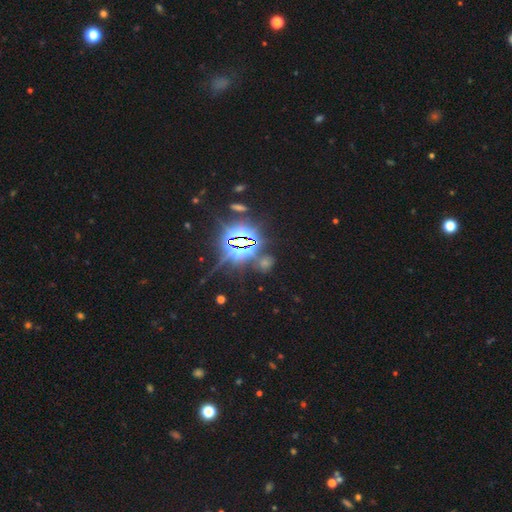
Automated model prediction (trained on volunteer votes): Smooth or featured?
  - star or artifact: 85% *
  - smooth: 8%
  - featured or disk: 7%